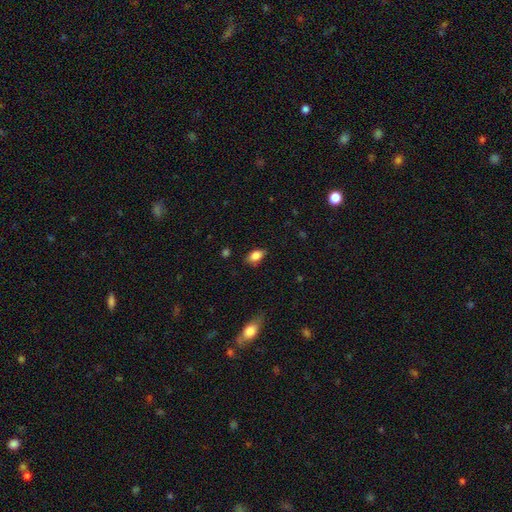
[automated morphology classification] This is clearly a smooth galaxy (83%). How rounded: clearly in between (89%). Merging: likely none (80%).